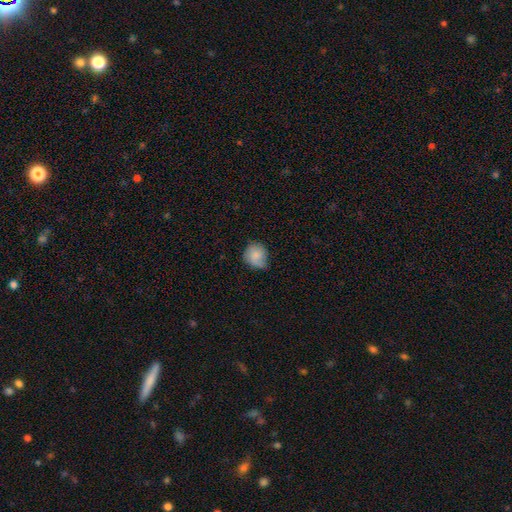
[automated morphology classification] Q: Smooth or featured?
A: smooth (76%); runner-up: featured or disk (16%)
Q: How rounded?
A: round (79%); runner-up: in between (20%)
Q: Merging?
A: none (57%); runner-up: minor disturbance (34%)